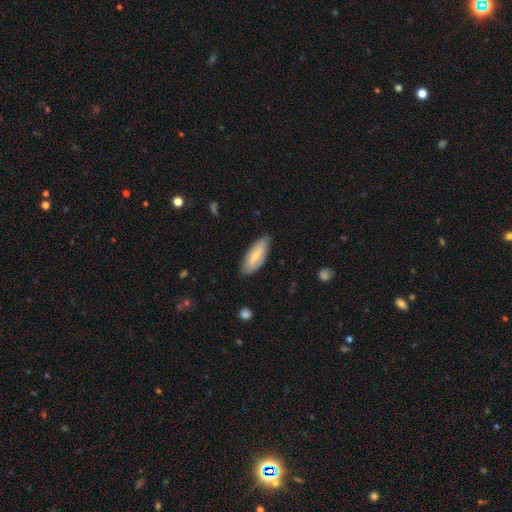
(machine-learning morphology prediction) type=smooth (73%); roundness=in between (74%); merging=none (82%).